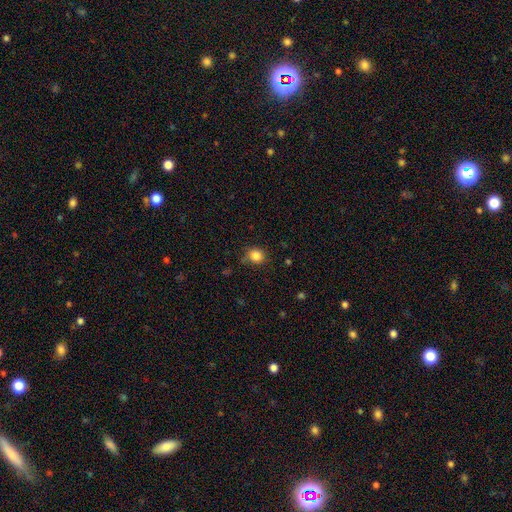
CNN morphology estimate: Smooth or featured? Predicted: smooth (p=0.85). How rounded? Predicted: round (p=0.80). Merging? Predicted: none (p=0.78).